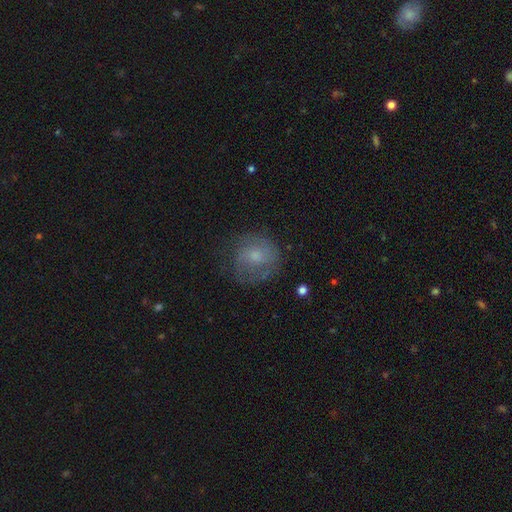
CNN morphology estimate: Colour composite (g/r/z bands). It shows a smooth galaxy with no disk features (48%). Merging: none (65%).